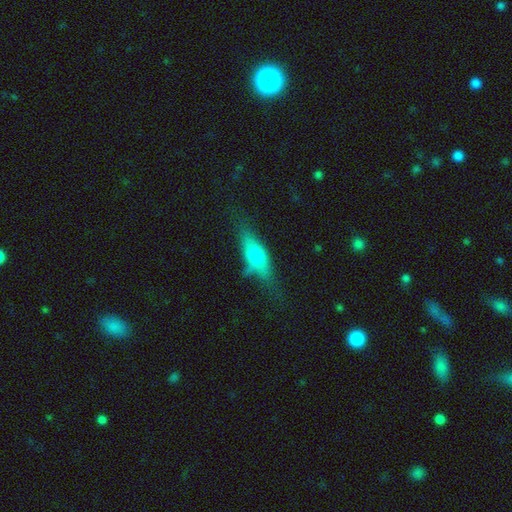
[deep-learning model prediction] Smooth or featured: smooth — 60% (featured or disk — 32%)
How rounded: in between — 60% (cigar-shaped — 36%)
Merging: none — 56% (minor disturbance — 27%)